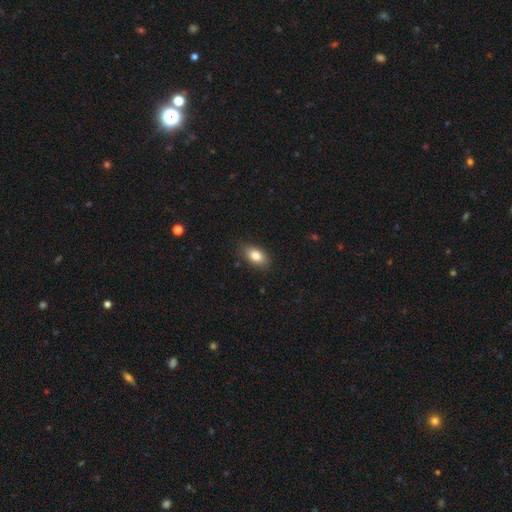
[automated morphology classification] The model was most divided on "merging": none: 84%, minor disturbance: 12%, major disturbance: 2%, merger: 1%. More confident: how rounded — in between (89%); smooth or featured — smooth (82%).